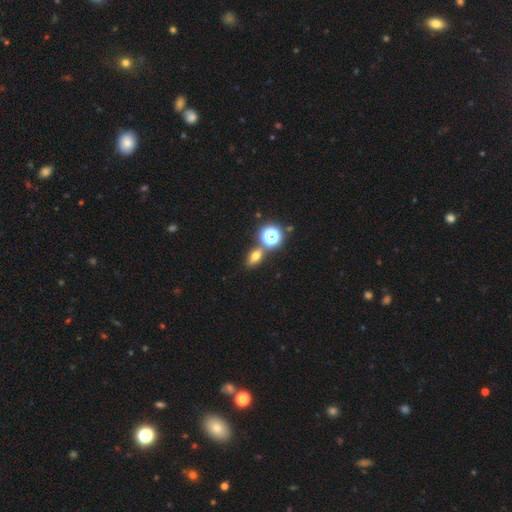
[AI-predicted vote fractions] The model was most divided on "smooth or featured": smooth: 59%, star or artifact: 25%, featured or disk: 16%. More confident: merging — none (75%); how rounded — in between (66%).